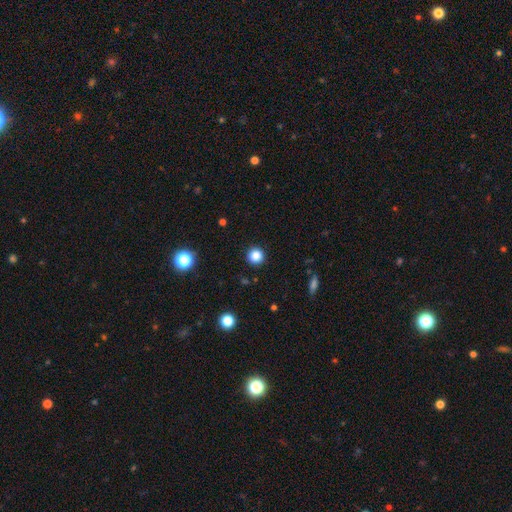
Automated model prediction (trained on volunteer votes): Smooth or featured: smooth — 85% (star or artifact — 12%)
How rounded: round — 95% (in between — 4%)
Merging: none — 92% (minor disturbance — 5%)